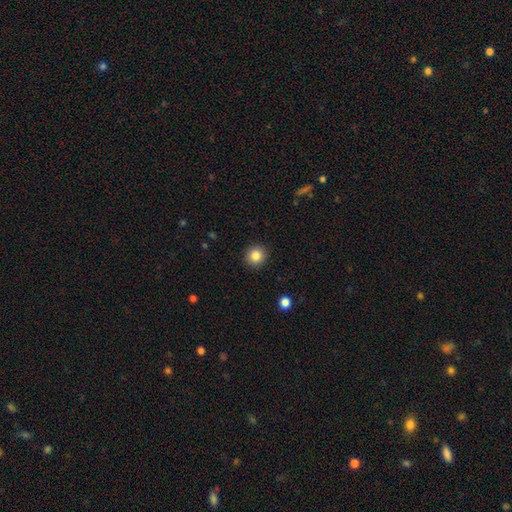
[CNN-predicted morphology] Smooth or featured?
  - smooth: 84% *
  - star or artifact: 10%
  - featured or disk: 6%
How rounded?
  - round: 92% *
  - in between: 7%
  - cigar-shaped: 1%
Merging?
  - none: 92% *
  - minor disturbance: 5%
  - major disturbance: 2%
  - merger: 1%